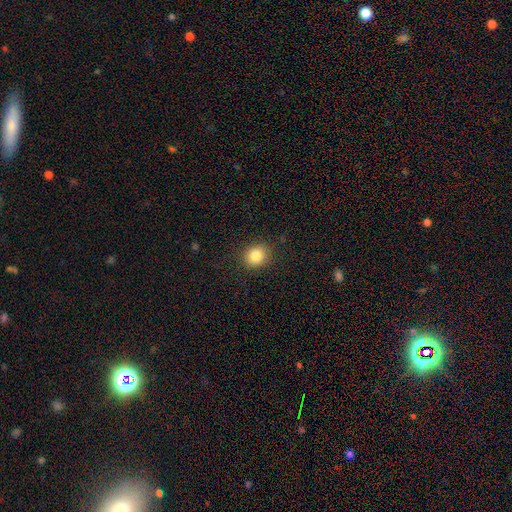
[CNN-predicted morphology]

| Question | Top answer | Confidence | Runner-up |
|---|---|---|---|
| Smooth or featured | smooth | 83% | star or artifact (10%) |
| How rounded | round | 76% | in between (24%) |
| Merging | none | 88% | minor disturbance (8%) |